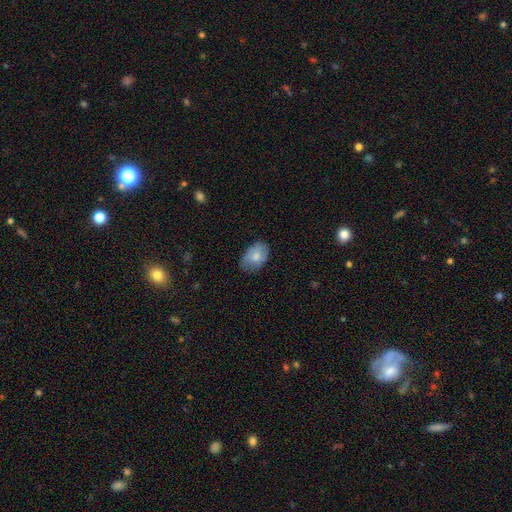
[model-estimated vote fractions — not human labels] Morphology: type=smooth (73%); roundness=in between (84%); merging=none (68%).